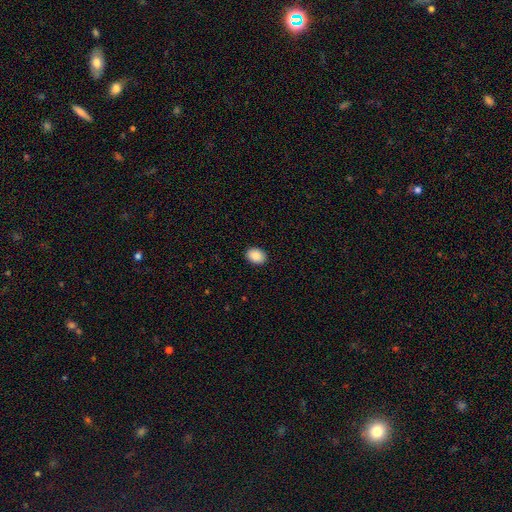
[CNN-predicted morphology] The model was most divided on "how rounded": in between: 70%, round: 29%, cigar-shaped: 1%. More confident: merging — none (91%); smooth or featured — smooth (90%).